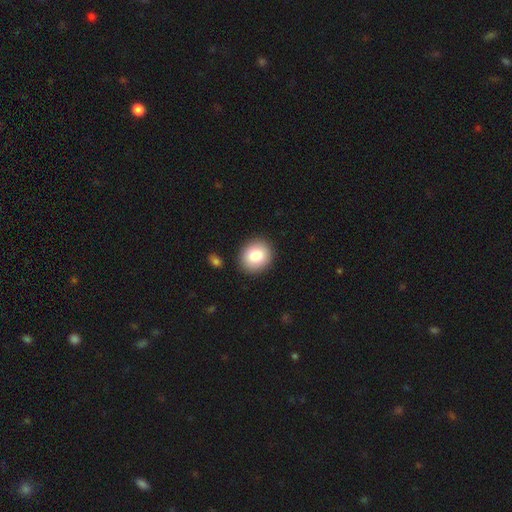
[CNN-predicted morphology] A smooth galaxy with no disk features (82%) that is round (76%). Merging: none (89%).